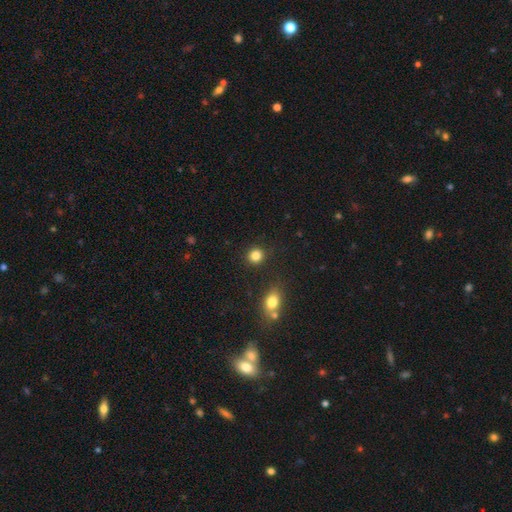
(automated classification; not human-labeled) This is clearly a smooth galaxy (84%). How rounded: clearly round (88%). Merging: clearly none (88%).